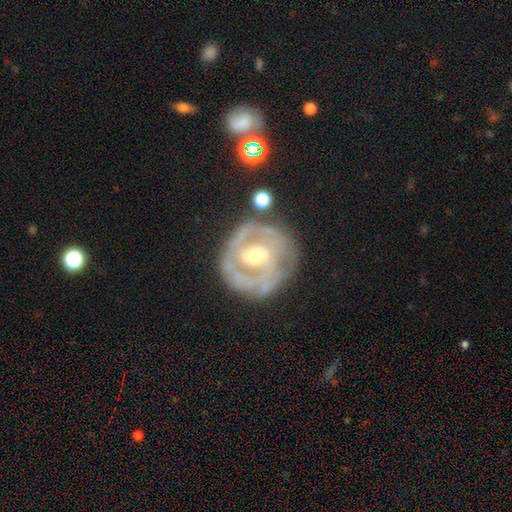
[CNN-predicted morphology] Smooth or featured?
  - featured or disk: 79% *
  - smooth: 15%
  - star or artifact: 6%
Edge-on disk?
  - no: 96% *
  - yes: 4%
Bar?
  - weak: 41% *
  - no: 33%
  - strong: 25%
Spiral arms?
  - yes: 68% *
  - no: 32%
Spiral winding?
  - tight: 59% *
  - medium: 30%
  - loose: 11%
Spiral arm count?
  - 2: 37% *
  - can't tell: 36%
  - 3: 13%
  - 1: 7%
  - 4: 4%
  - more than 4: 3%
Bulge size?
  - moderate: 69% *
  - small: 25%
  - large: 5%
  - none: 1%
  - dominant: 1%
Merging?
  - none: 68% *
  - minor disturbance: 19%
  - major disturbance: 9%
  - merger: 4%